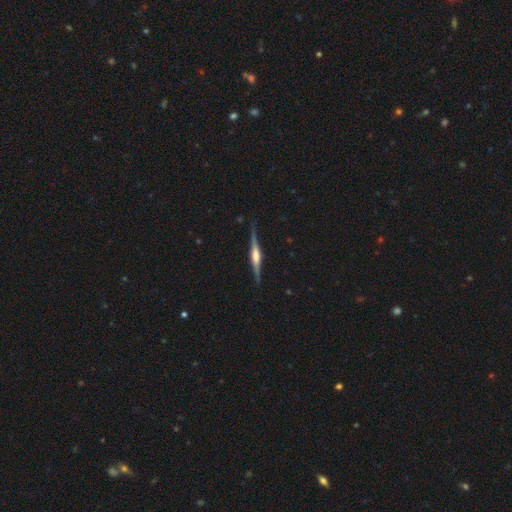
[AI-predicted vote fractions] featured or disk 80%, smooth 15%, star or artifact 5%. Down the decision tree: edge-on disk — yes (98%); edge-on bulge — rounded (74%); merging — none (88%).